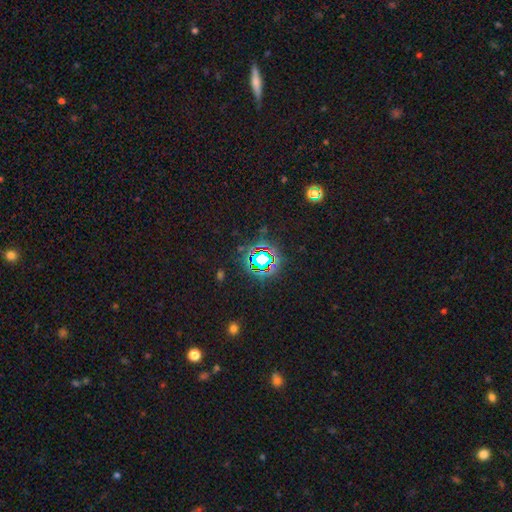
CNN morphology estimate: Smooth or featured? star or artifact (76%)